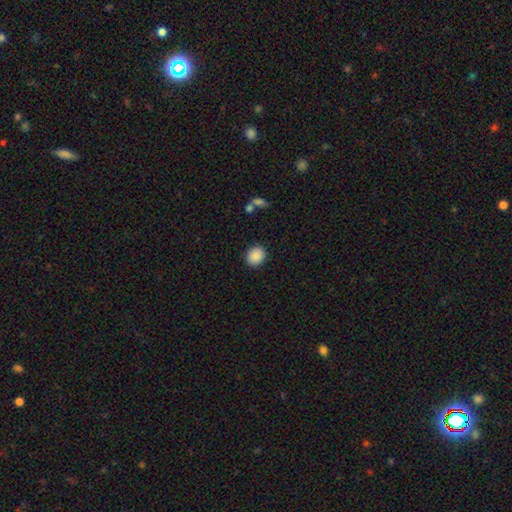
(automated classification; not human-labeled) A smooth galaxy with no disk features (89%) that is round (68%).

Vote fractions:
- Smooth or featured? smooth: 89% / star or artifact: 8% / featured or disk: 3%
- How rounded? round: 68% / in between: 31% / cigar-shaped: 1%
- Merging? none: 89% / minor disturbance: 7% / major disturbance: 2% / merger: 2%